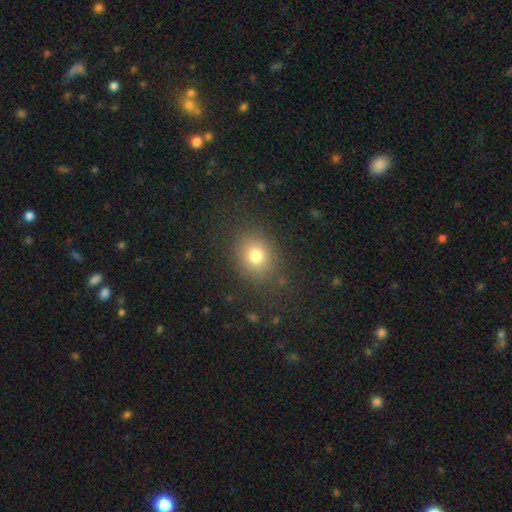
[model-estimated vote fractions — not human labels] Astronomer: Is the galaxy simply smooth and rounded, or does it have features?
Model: smooth — 76%.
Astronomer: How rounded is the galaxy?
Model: round — 62% (runner-up: in between, 37%).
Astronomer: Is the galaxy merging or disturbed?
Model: none — 82%.